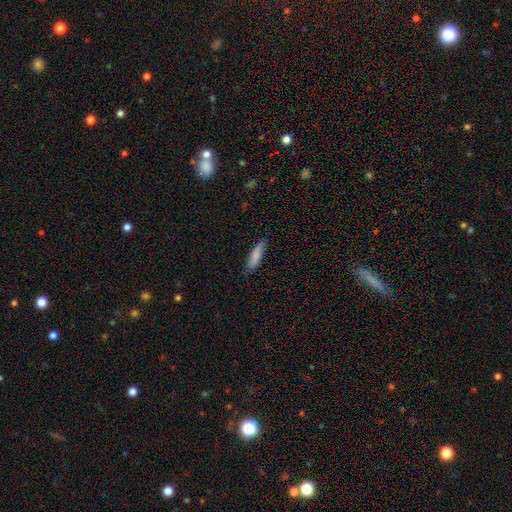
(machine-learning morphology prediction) smooth_or_featured: smooth (p=0.83) [alt: featured or disk p=0.11]
how_rounded: cigar-shaped (p=0.71) [alt: in between p=0.27]
merging: none (p=0.81) [alt: minor disturbance p=0.16]